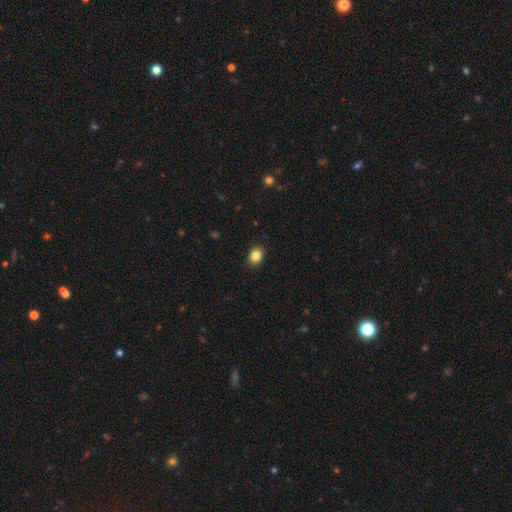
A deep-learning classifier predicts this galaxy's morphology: Smooth or featured?
  - smooth: 85% *
  - star or artifact: 10%
  - featured or disk: 5%
How rounded?
  - in between: 53% *
  - round: 46%
  - cigar-shaped: 1%
Merging?
  - none: 90% *
  - minor disturbance: 7%
  - major disturbance: 2%
  - merger: 1%